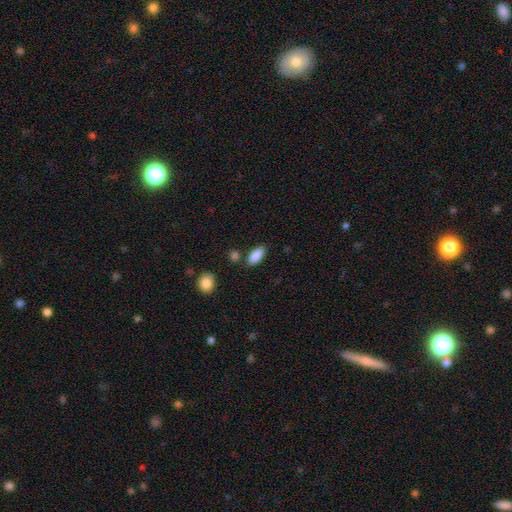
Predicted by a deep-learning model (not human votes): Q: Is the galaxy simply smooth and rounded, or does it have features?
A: smooth — 88%.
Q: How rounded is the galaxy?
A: in between — 89%.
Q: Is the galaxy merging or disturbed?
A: none — 79%.